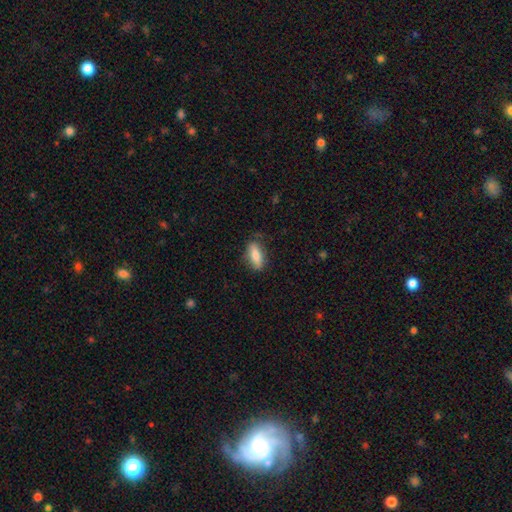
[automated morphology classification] Q: Smooth or featured?
A: smooth (77%); runner-up: featured or disk (17%)
Q: How rounded?
A: in between (75%); runner-up: cigar-shaped (22%)
Q: Merging?
A: none (74%); runner-up: minor disturbance (20%)